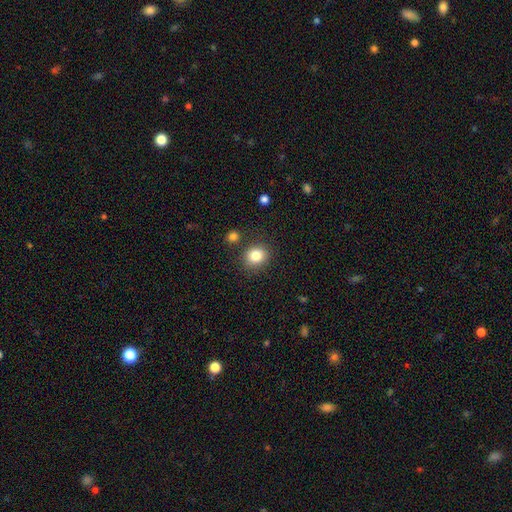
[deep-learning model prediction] Morphology: type=smooth (83%); roundness=round (74%); merging=none (82%).